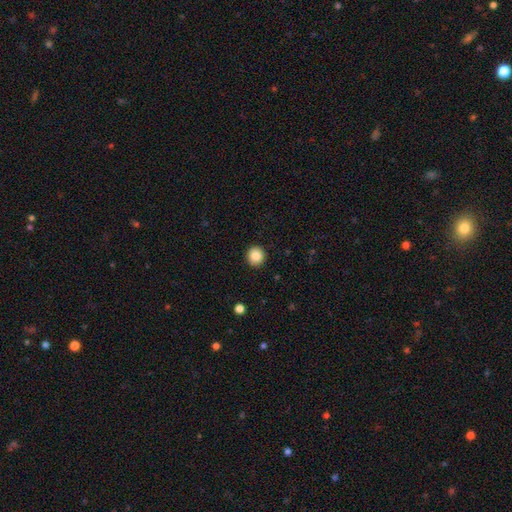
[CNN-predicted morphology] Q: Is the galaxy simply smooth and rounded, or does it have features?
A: smooth — 87%.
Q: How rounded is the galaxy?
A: round — 91%.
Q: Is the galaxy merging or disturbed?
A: none — 92%.